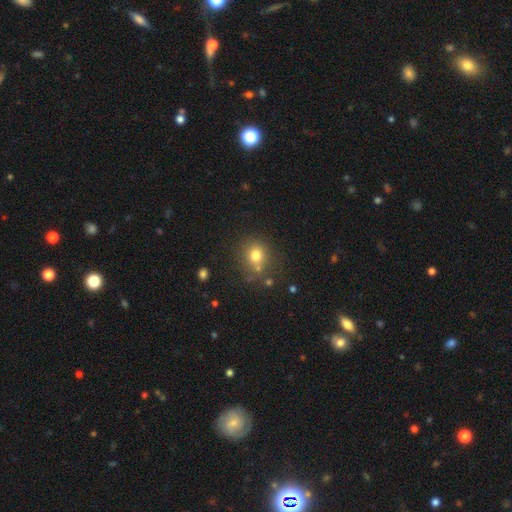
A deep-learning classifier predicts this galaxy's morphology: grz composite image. It shows a smooth galaxy with no disk features (75%) that is round (80%). Merging: none (69%).